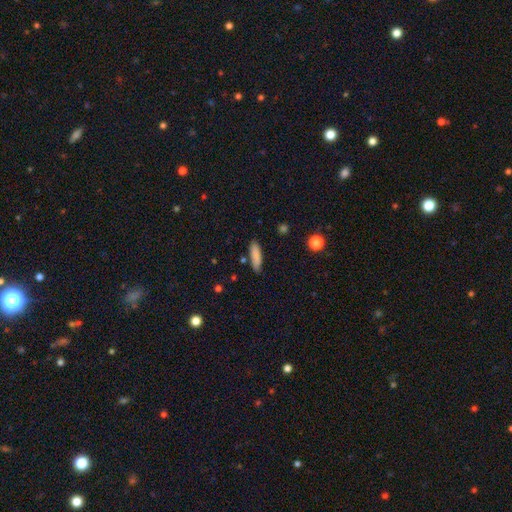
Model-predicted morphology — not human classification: smooth 85%, featured or disk 8%, star or artifact 7%. Down the decision tree: how rounded — cigar-shaped (64%); merging — none (84%).